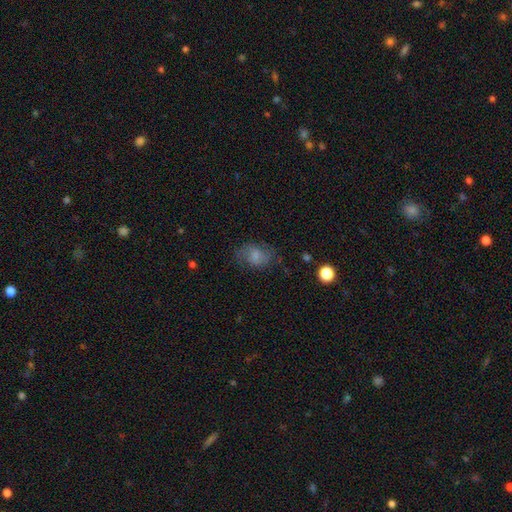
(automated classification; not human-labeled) Smooth or featured? smooth (62%)
How rounded? in between (75%)
Merging? none (61%)